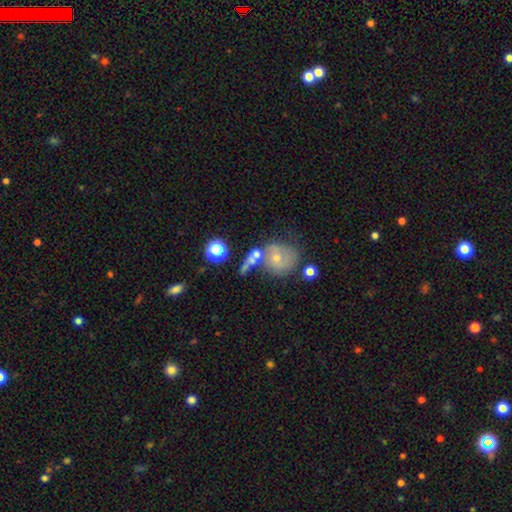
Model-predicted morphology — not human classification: Smooth or featured?
  - smooth: 45% *
  - featured or disk: 43%
  - star or artifact: 13%
Merging?
  - none: 41% *
  - merger: 29%
  - minor disturbance: 18%
  - major disturbance: 12%